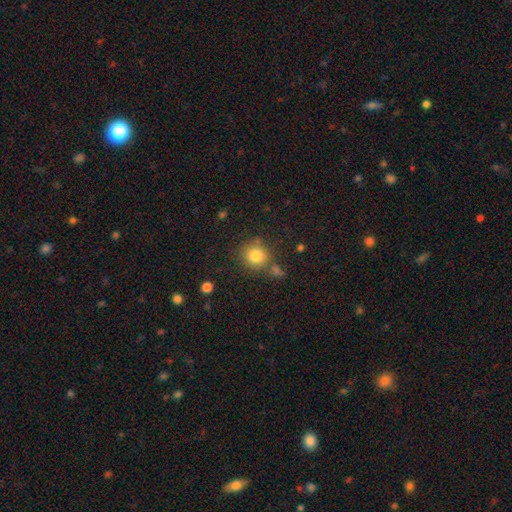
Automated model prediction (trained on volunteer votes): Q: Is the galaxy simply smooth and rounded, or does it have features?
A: smooth — 82%.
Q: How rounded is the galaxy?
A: round — 88%.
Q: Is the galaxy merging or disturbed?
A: none — 74%.